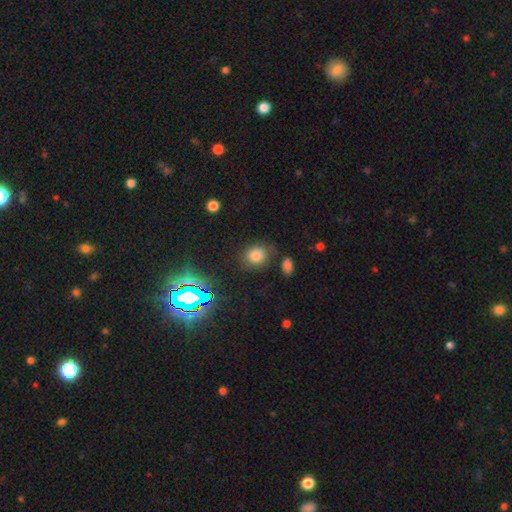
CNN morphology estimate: This appears to be a smooth galaxy with no disk features (72%) that is round (65%). Merging: none (70%).